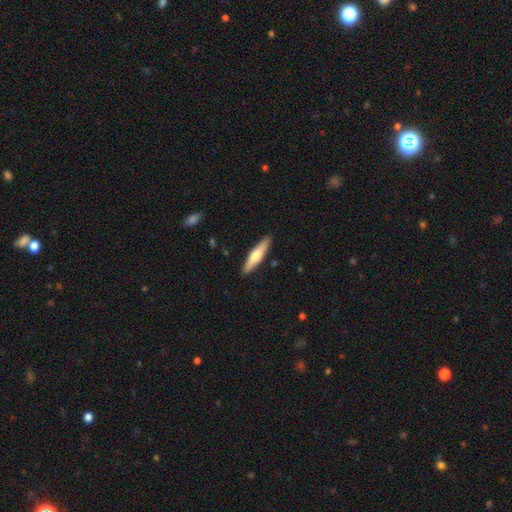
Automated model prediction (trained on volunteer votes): Smooth or featured?
  - smooth: 52% *
  - featured or disk: 43%
  - star or artifact: 5%
How rounded?
  - cigar-shaped: 80% *
  - in between: 18%
  - round: 2%
Merging?
  - none: 90% *
  - minor disturbance: 7%
  - major disturbance: 1%
  - merger: 1%